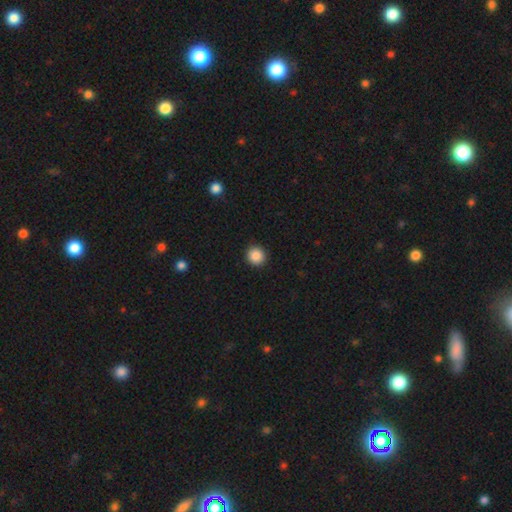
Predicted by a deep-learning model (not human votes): Smooth or featured: smooth — 88% (star or artifact — 9%)
How rounded: round — 92% (in between — 7%)
Merging: none — 93% (minor disturbance — 5%)